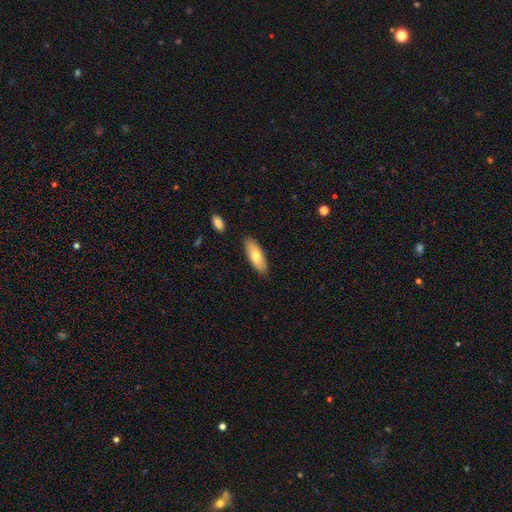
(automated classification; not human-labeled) Smooth or featured?
  - smooth: 71% *
  - featured or disk: 23%
  - star or artifact: 6%
How rounded?
  - in between: 73% *
  - cigar-shaped: 25%
  - round: 2%
Merging?
  - none: 86% *
  - minor disturbance: 10%
  - major disturbance: 2%
  - merger: 2%